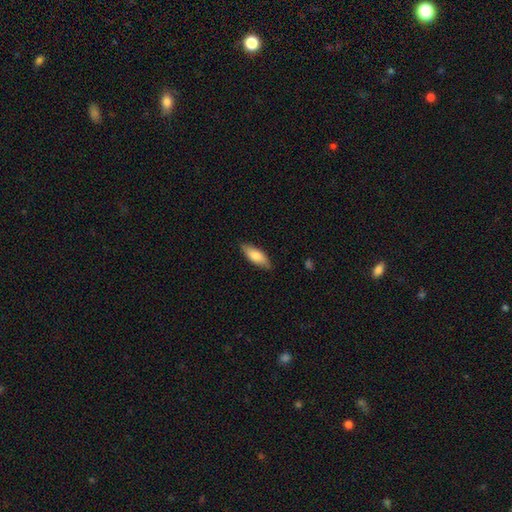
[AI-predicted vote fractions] Smooth or featured?
  - smooth: 79% *
  - featured or disk: 16%
  - star or artifact: 5%
How rounded?
  - in between: 66% *
  - cigar-shaped: 32%
  - round: 2%
Merging?
  - none: 85% *
  - minor disturbance: 12%
  - major disturbance: 2%
  - merger: 1%